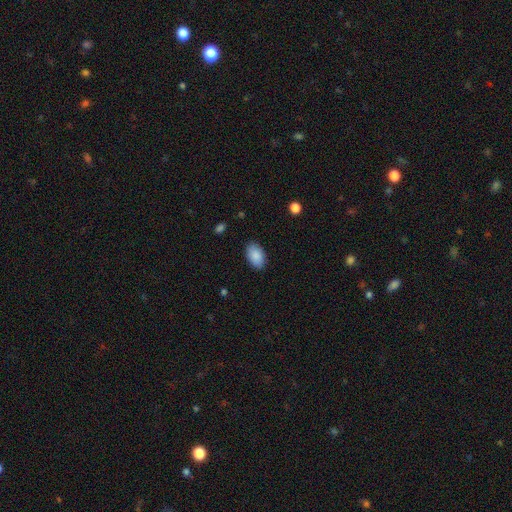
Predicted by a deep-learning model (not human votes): This is clearly a smooth galaxy (89%). How rounded: clearly in between (93%). Merging: clearly none (87%).